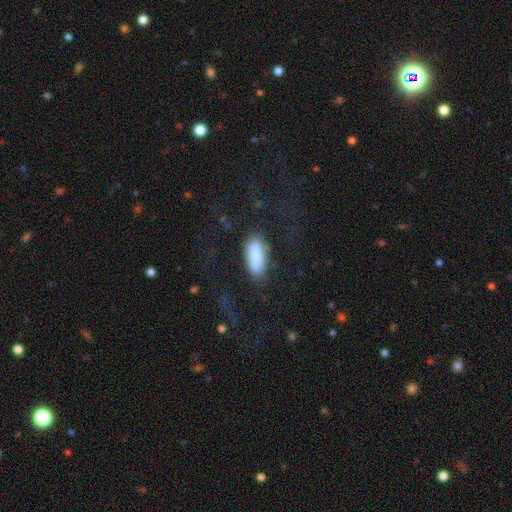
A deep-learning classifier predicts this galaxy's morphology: Smooth or featured?
  - smooth: 83% *
  - featured or disk: 10%
  - star or artifact: 7%
How rounded?
  - in between: 68% *
  - cigar-shaped: 30%
  - round: 2%
Merging?
  - none: 69% *
  - minor disturbance: 17%
  - major disturbance: 10%
  - merger: 4%